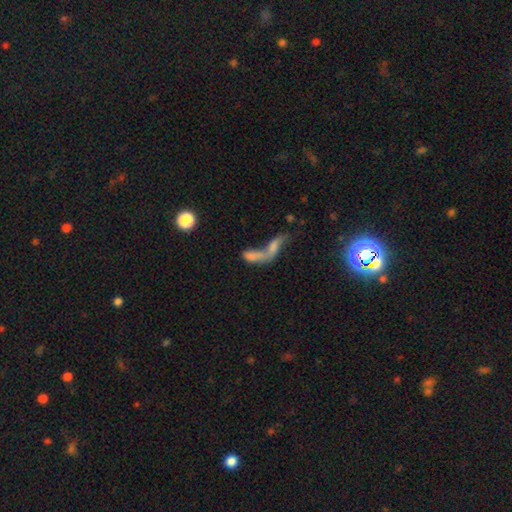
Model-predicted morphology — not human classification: A smooth galaxy with no disk features (59%) that is in between round and cigar-shaped (63%).

Vote fractions:
- Smooth or featured? smooth: 59% / featured or disk: 28% / star or artifact: 13%
- How rounded? in between: 63% / cigar-shaped: 30% / round: 7%
- Merging? merger: 71% / none: 13% / major disturbance: 10% / minor disturbance: 6%